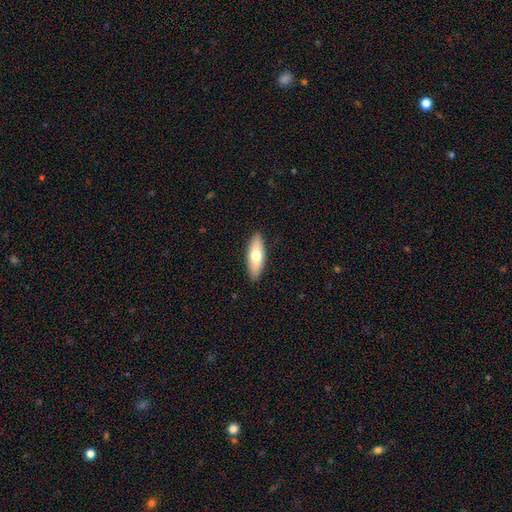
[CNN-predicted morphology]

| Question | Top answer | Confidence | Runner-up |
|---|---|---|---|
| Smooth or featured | smooth | 67% | featured or disk (27%) |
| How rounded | in between | 62% | cigar-shaped (36%) |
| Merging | none | 89% | minor disturbance (8%) |